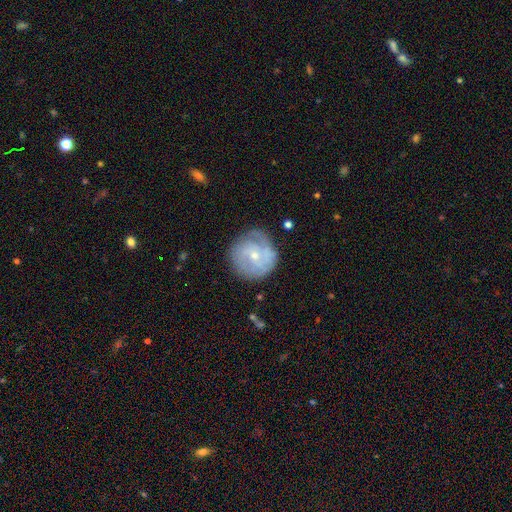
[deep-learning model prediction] A featured or disk galaxy (69%) with no bar (66%), tight (56%) spiral arms (85%) and a small central bulge (69%). Merging: none (72%).